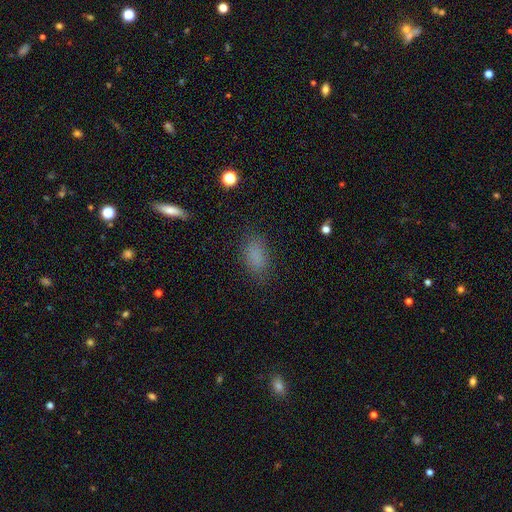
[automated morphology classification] smooth_or_featured: smooth (p=0.83) [alt: star or artifact p=0.11]
how_rounded: in between (p=0.86) [alt: cigar-shaped p=0.08]
merging: none (p=0.81) [alt: minor disturbance p=0.13]